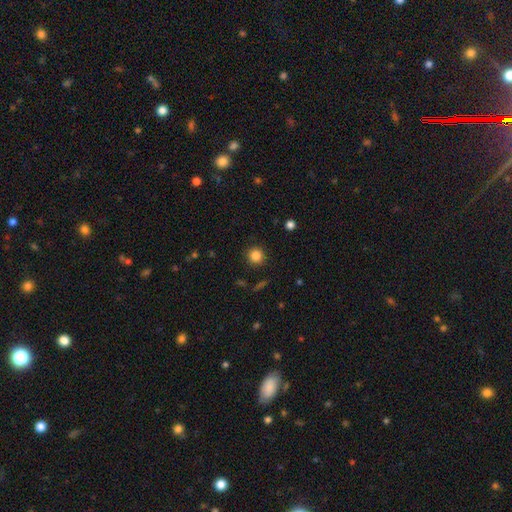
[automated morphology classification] smooth-or-featured: smooth: 84% | star or artifact: 11% | featured or disk: 5%
  how-rounded: round: 94% | in between: 5% | cigar-shaped: 1%
  merging: none: 91% | minor disturbance: 6% | major disturbance: 2% | merger: 1%